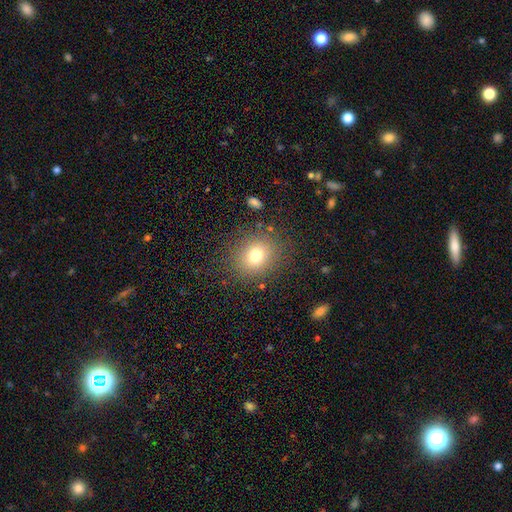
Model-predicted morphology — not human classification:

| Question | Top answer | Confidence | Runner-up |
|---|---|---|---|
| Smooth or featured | smooth | 75% | star or artifact (14%) |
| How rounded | round | 70% | in between (30%) |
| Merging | none | 84% | minor disturbance (10%) |